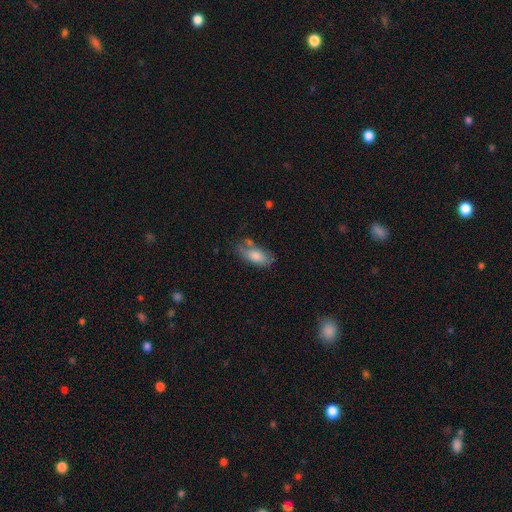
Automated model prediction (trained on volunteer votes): Smooth or featured: smooth — 75% (featured or disk — 18%)
How rounded: in between — 82% (cigar-shaped — 15%)
Merging: none — 51% (minor disturbance — 28%)